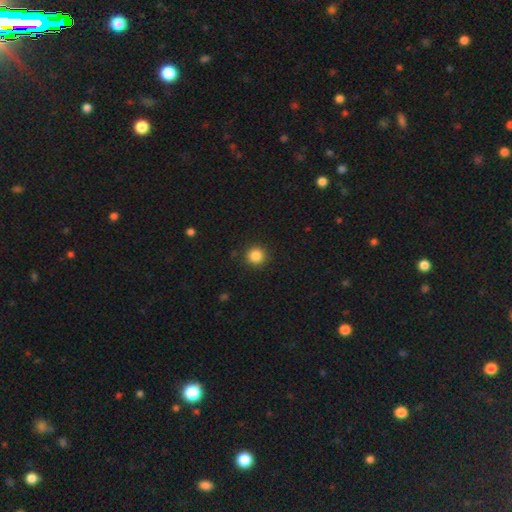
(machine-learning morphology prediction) smooth-or-featured: smooth: 86% | star or artifact: 11% | featured or disk: 3%
  how-rounded: round: 94% | in between: 5% | cigar-shaped: 1%
  merging: none: 91% | minor disturbance: 6% | major disturbance: 2% | merger: 1%